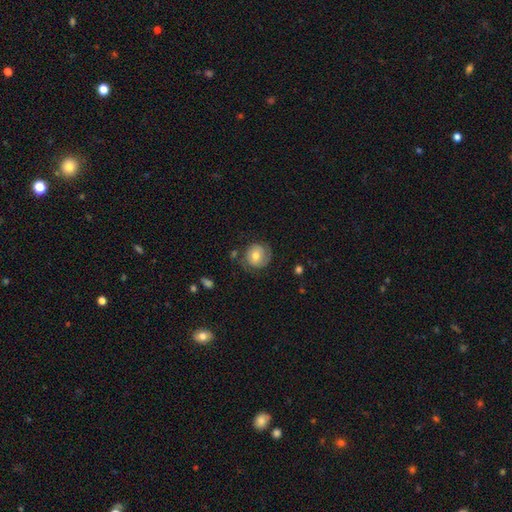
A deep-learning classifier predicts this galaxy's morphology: A featured or disk galaxy (51%) with no bar (65%), spiral arms (78%) and a moderate central bulge (71%). Merging: none (68%).